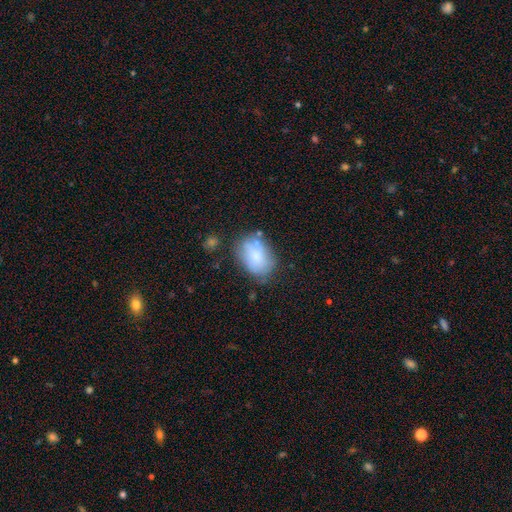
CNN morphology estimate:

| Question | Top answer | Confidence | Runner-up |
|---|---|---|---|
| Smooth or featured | smooth | 69% | featured or disk (23%) |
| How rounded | in between | 79% | round (20%) |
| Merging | none | 59% | minor disturbance (25%) |